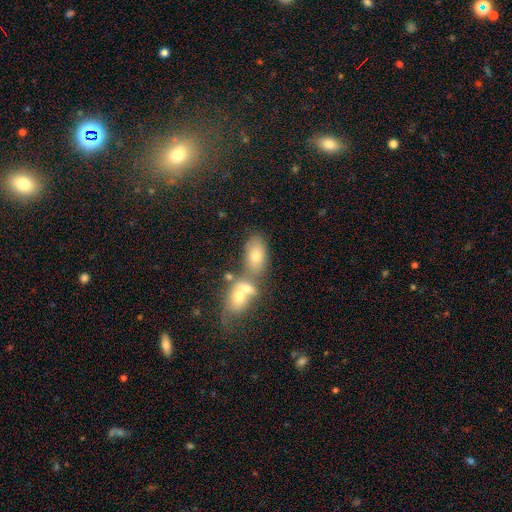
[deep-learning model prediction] Overall: smooth (71%). How rounded: in between (88%). Merging: none (42%; merger 41%).